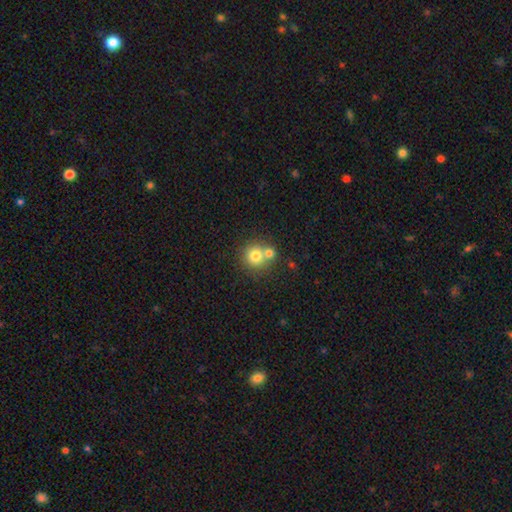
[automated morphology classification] A smooth galaxy with no disk features (76%) that is round (91%). Merging: none (52%).